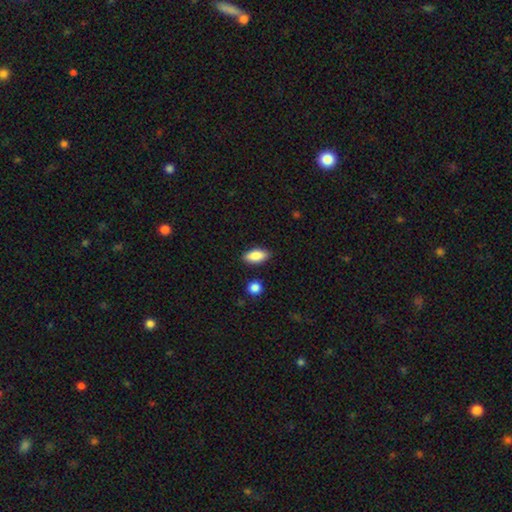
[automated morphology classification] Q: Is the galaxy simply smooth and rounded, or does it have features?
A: smooth — 87%.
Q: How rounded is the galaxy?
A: in between — 87%.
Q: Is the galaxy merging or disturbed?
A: none — 85%.